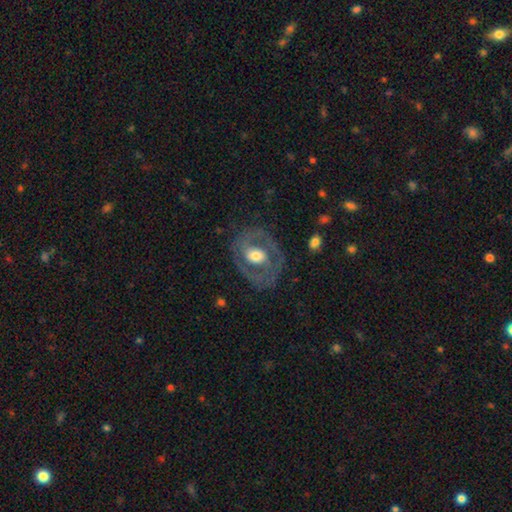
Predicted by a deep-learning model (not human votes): The model was most divided on "spiral arms" (2-way tie): yes: 50%, no: 50%. More confident: edge-on disk — no (96%); merging — none (71%); smooth or featured — featured or disk (69%); bulge size — moderate (60%); bar — no (56%).